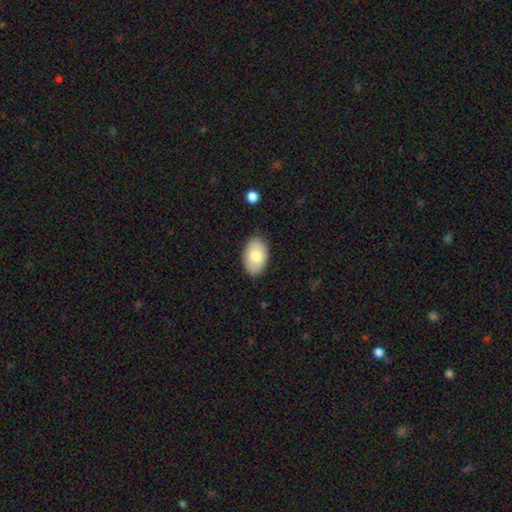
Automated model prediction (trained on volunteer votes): Smooth or featured? smooth (80%)
How rounded? in between (92%)
Merging? none (85%)